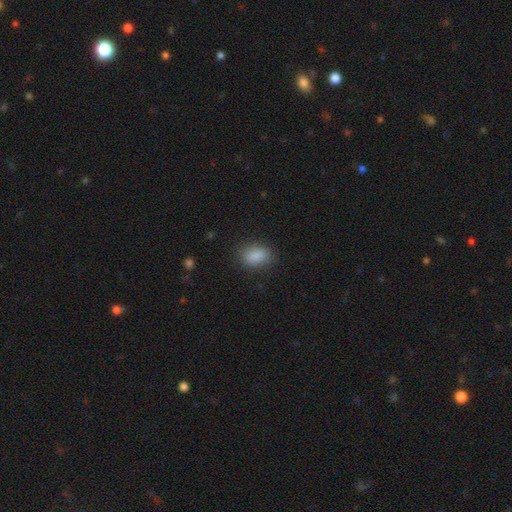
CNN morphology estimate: The model was most divided on "how rounded": in between: 81%, round: 17%, cigar-shaped: 2%. More confident: smooth or featured — smooth (87%); merging — none (83%).